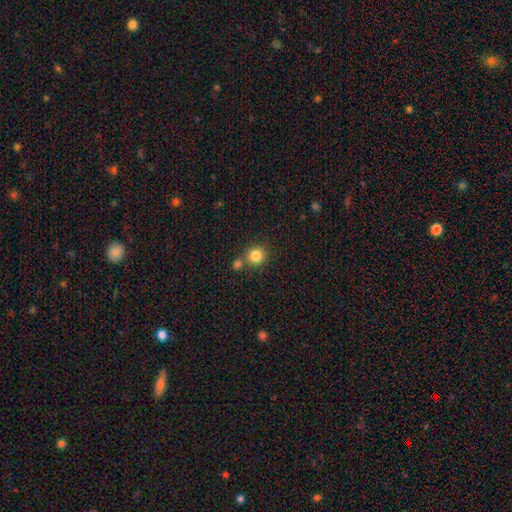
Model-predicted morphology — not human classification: smooth 84%, star or artifact 11%, featured or disk 5%. Down the decision tree: how rounded — round (90%); merging — none (69%).